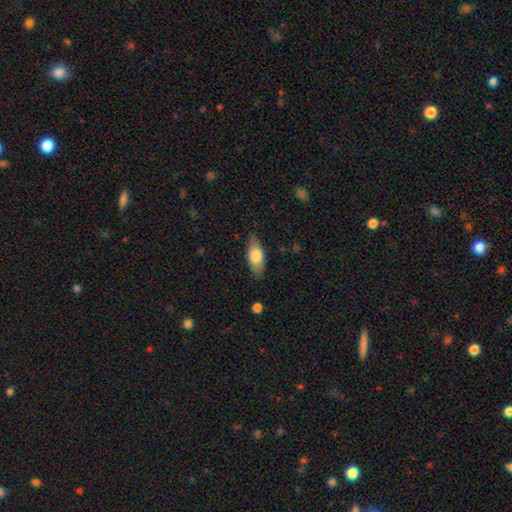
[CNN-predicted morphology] Smooth or featured? smooth (75%)
How rounded? in between (81%)
Merging? none (81%)